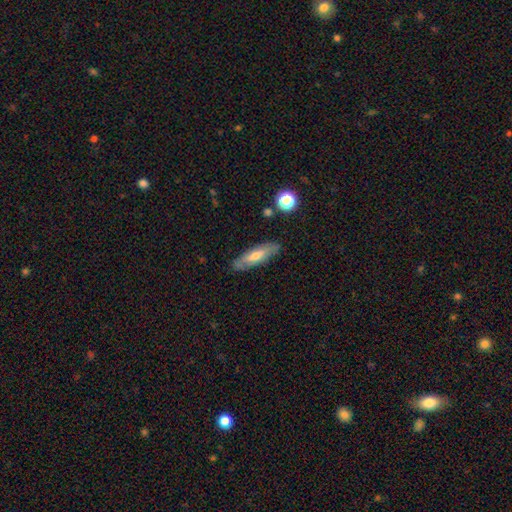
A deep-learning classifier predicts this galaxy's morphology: Overall: smooth (53%; featured or disk 40%). How rounded: cigar-shaped (59%; in between 39%). Merging: none (84%).